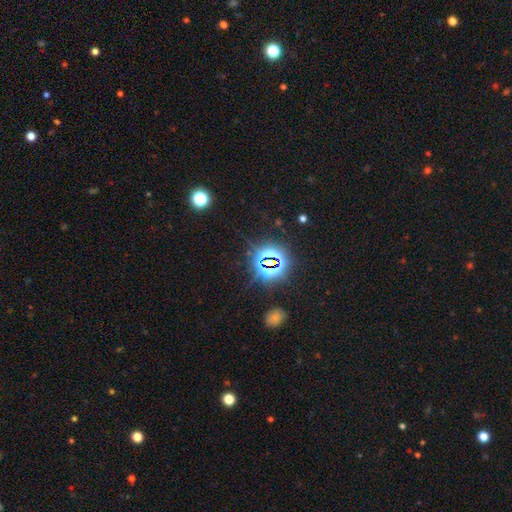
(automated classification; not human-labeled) This appears to be a star or artifact, not a galaxy (79%).